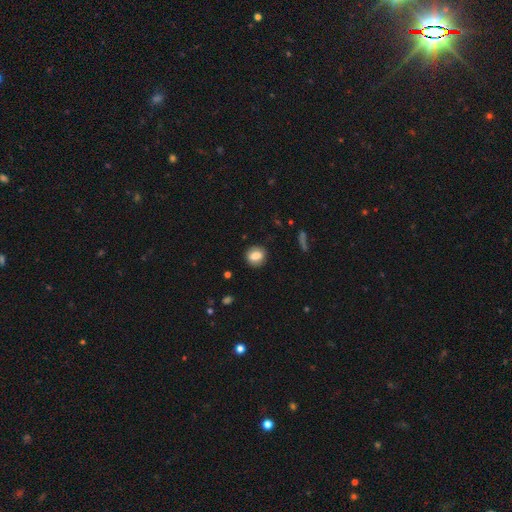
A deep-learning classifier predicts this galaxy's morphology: Overall: smooth (77%). How rounded: round (62%; in between 36%). Merging: none (85%).